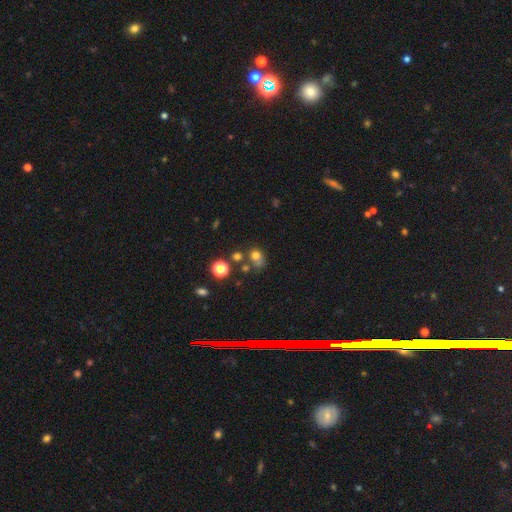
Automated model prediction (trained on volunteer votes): A smooth galaxy with no disk features (70%) that is round (62%). Merging: none (47%).